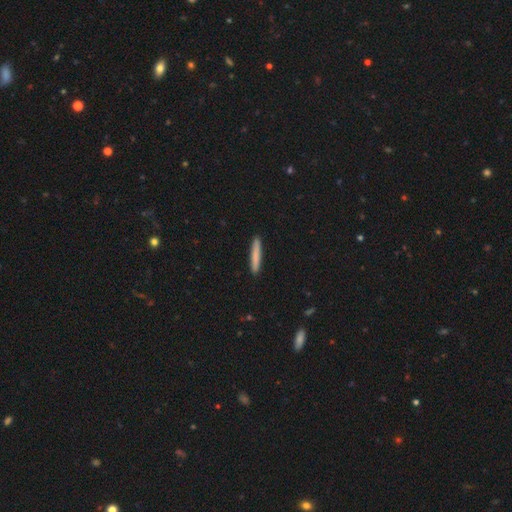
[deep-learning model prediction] Smooth or featured: smooth — 79% (featured or disk — 15%)
How rounded: cigar-shaped — 96% (in between — 3%)
Merging: none — 92% (minor disturbance — 6%)